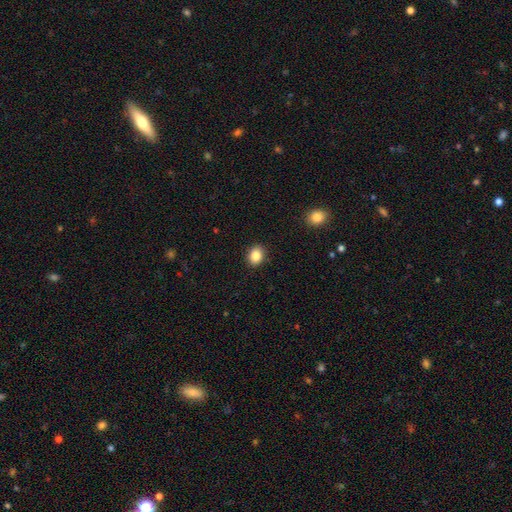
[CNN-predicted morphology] This appears to be a smooth galaxy with no disk features (86%) that is round (52%). Merging: none (90%).